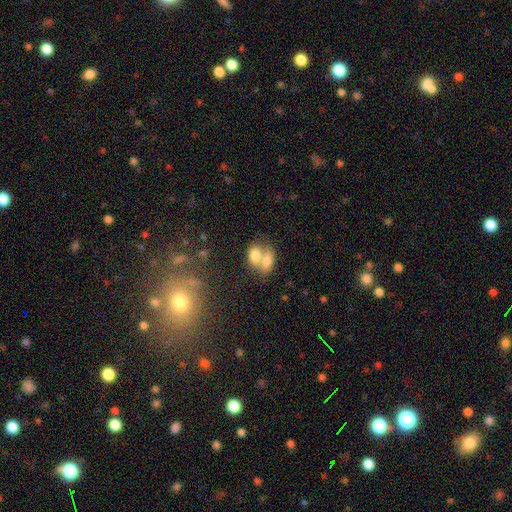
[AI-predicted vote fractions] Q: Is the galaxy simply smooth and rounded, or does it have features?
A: smooth — 73%.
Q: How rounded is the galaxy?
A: in between — 73%.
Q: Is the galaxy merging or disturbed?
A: merger — 69%.